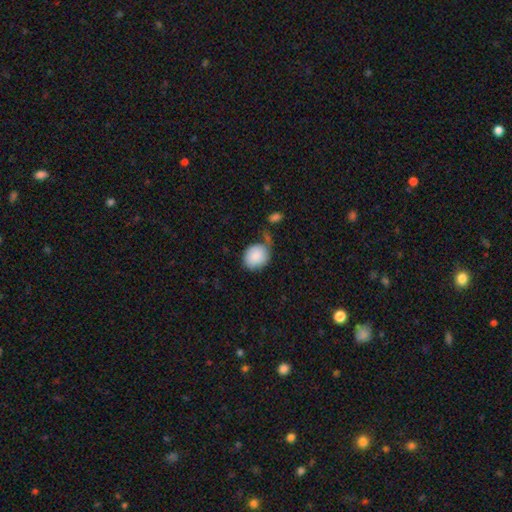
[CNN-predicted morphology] Smooth or featured? smooth (86%)
How rounded? round (64%)
Merging? none (47%)